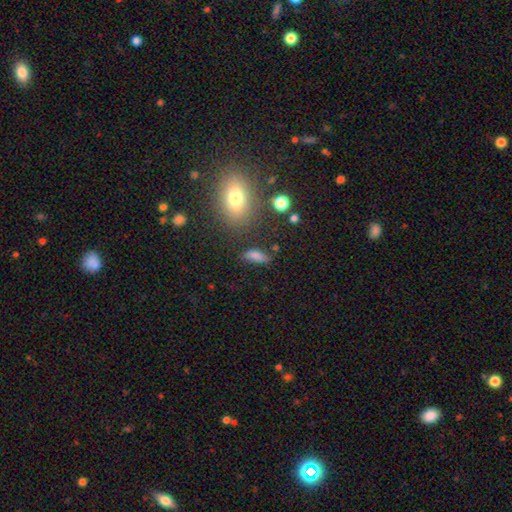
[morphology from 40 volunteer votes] Smooth or featured?
  - smooth: 82% *
  - featured or disk: 10%
  - star or artifact: 8%
How rounded?
  - in between: 79% *
  - cigar-shaped: 21%
  - round: 0%
Merging?
  - none: 59% *
  - minor disturbance: 27%
  - major disturbance: 11%
  - merger: 3%